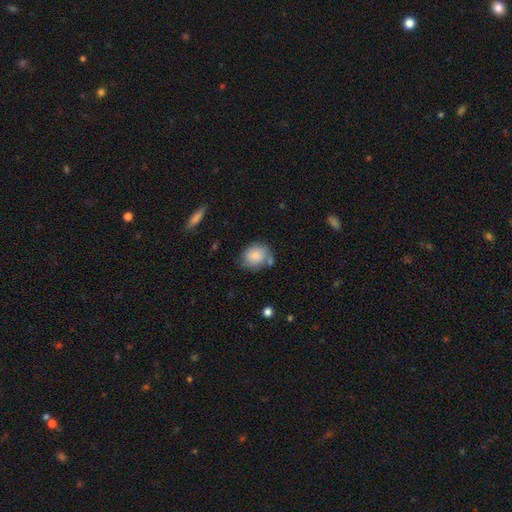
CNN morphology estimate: Overall: smooth (81%). How rounded: round (54%; in between 45%). Merging: none (60%; minor disturbance 22%).